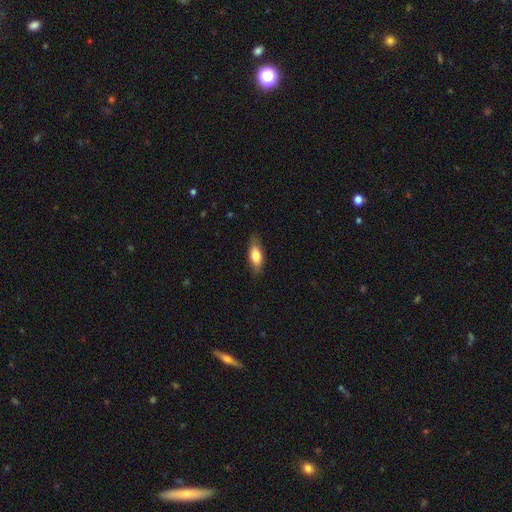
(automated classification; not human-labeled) Smooth or featured?
  - smooth: 75% *
  - featured or disk: 19%
  - star or artifact: 6%
How rounded?
  - in between: 75% *
  - cigar-shaped: 22%
  - round: 3%
Merging?
  - none: 81% *
  - minor disturbance: 15%
  - major disturbance: 3%
  - merger: 1%